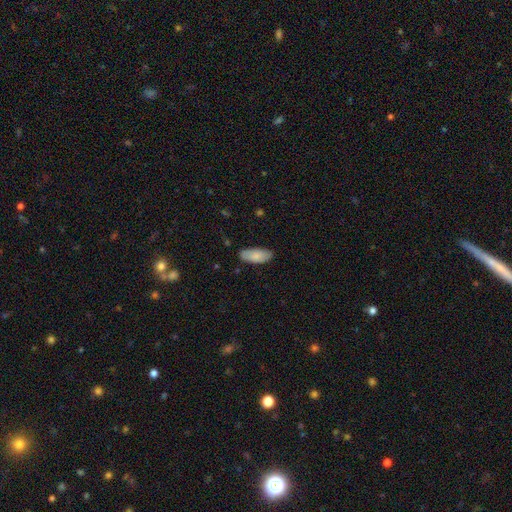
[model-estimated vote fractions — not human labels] smooth-or-featured: smooth: 85% | featured or disk: 10% | star or artifact: 6%
  how-rounded: in between: 86% | cigar-shaped: 13% | round: 2%
  merging: none: 81% | minor disturbance: 15% | major disturbance: 2% | merger: 1%